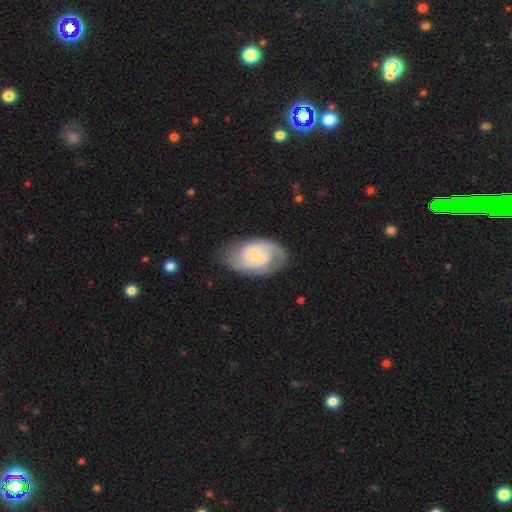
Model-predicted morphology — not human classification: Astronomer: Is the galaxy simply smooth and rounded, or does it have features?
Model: featured or disk — 71%.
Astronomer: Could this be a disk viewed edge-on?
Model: no — 96%.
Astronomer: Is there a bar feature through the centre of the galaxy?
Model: no — 62%.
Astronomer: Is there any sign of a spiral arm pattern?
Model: yes — 88%.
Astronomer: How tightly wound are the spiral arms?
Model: tight — 44% (runner-up: medium, 41%).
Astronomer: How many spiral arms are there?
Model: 2 — 62%.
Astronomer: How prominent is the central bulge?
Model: small — 62%.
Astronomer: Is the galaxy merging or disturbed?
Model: none — 70%.